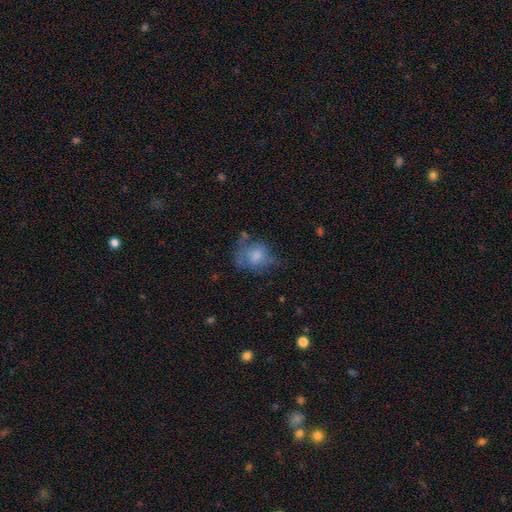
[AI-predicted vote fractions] Smooth or featured?
  - smooth: 67% *
  - featured or disk: 23%
  - star or artifact: 9%
How rounded?
  - round: 59% *
  - in between: 40%
  - cigar-shaped: 1%
Merging?
  - none: 43% *
  - minor disturbance: 29%
  - major disturbance: 22%
  - merger: 6%